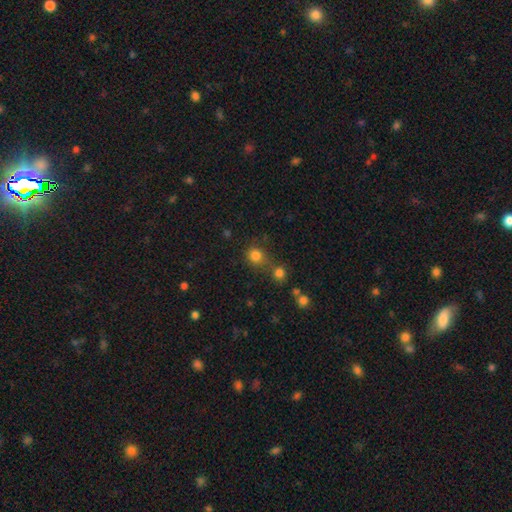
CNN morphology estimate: Smooth or featured? Predicted: smooth (p=0.81). How rounded? Predicted: round (p=0.89). Merging? Predicted: none (p=0.65).